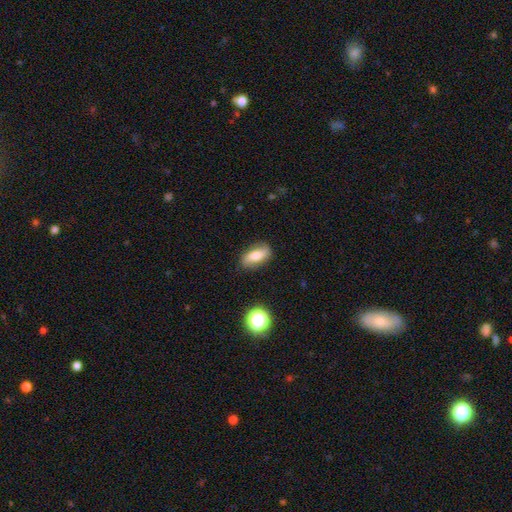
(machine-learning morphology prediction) smooth-or-featured: smooth: 64% | featured or disk: 27% | star or artifact: 9%
  how-rounded: in between: 81% | cigar-shaped: 13% | round: 6%
  merging: none: 82% | minor disturbance: 13% | major disturbance: 3% | merger: 2%